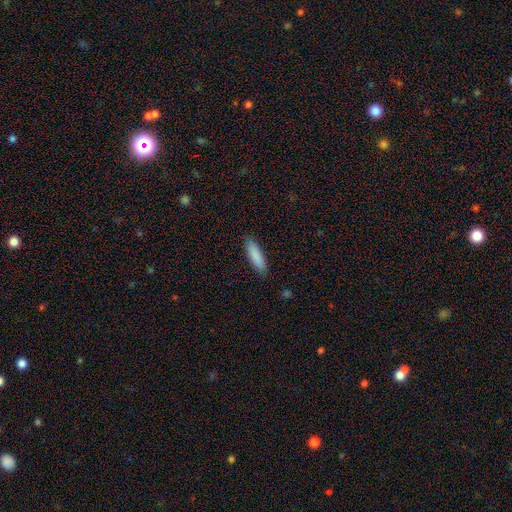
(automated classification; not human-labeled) Smooth or featured?
  - smooth: 87% *
  - featured or disk: 8%
  - star or artifact: 6%
How rounded?
  - cigar-shaped: 63% *
  - in between: 35%
  - round: 1%
Merging?
  - none: 87% *
  - minor disturbance: 10%
  - major disturbance: 2%
  - merger: 1%